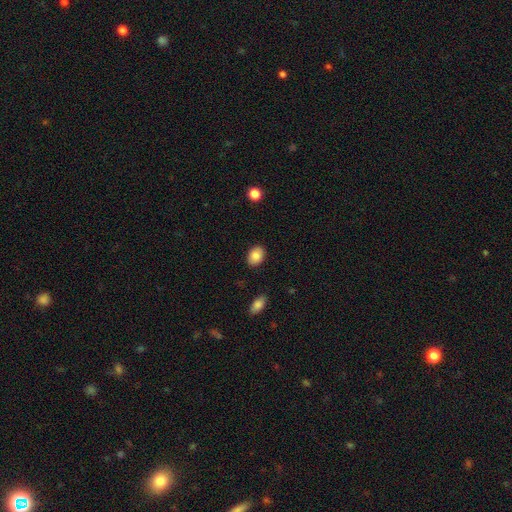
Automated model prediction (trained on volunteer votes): smooth-or-featured: smooth: 86% | star or artifact: 8% | featured or disk: 7%
  how-rounded: in between: 74% | round: 25% | cigar-shaped: 1%
  merging: none: 87% | minor disturbance: 9% | major disturbance: 2% | merger: 1%